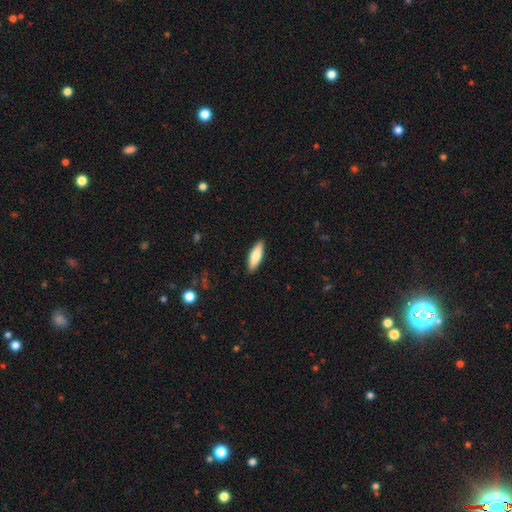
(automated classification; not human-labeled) Smooth or featured? Predicted: smooth (p=0.76). How rounded? Predicted: cigar-shaped (p=0.53). Merging? Predicted: none (p=0.89).